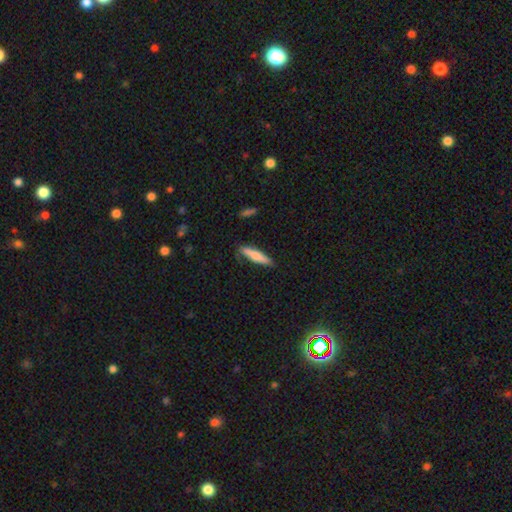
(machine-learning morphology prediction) type=smooth (68%); roundness=cigar-shaped (82%); merging=none (74%).